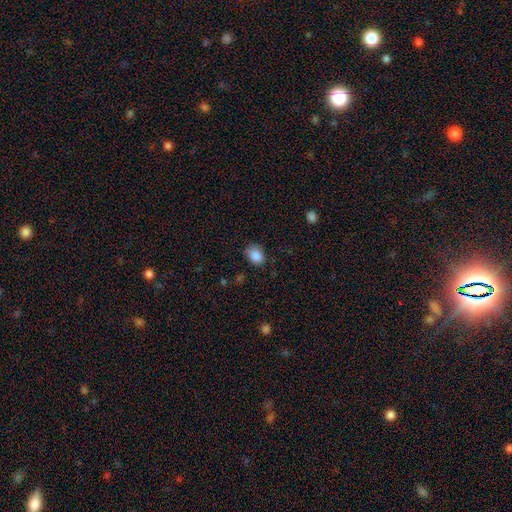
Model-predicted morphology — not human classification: Smooth or featured: smooth — 86% (star or artifact — 9%)
How rounded: in between — 67% (round — 32%)
Merging: none — 72% (minor disturbance — 22%)